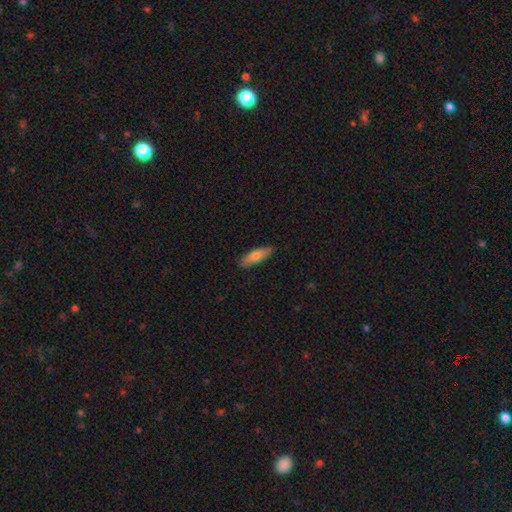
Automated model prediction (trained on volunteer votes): Smooth or featured?
  - smooth: 73% *
  - featured or disk: 21%
  - star or artifact: 6%
How rounded?
  - cigar-shaped: 50% *
  - in between: 48%
  - round: 2%
Merging?
  - none: 86% *
  - minor disturbance: 11%
  - major disturbance: 2%
  - merger: 1%